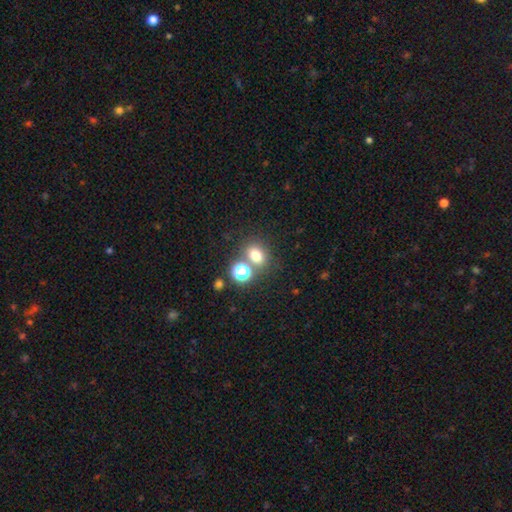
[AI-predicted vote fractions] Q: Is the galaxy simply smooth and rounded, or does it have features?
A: smooth — 73%.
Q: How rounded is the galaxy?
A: in between — 50%.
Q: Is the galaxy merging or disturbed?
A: none — 62%.